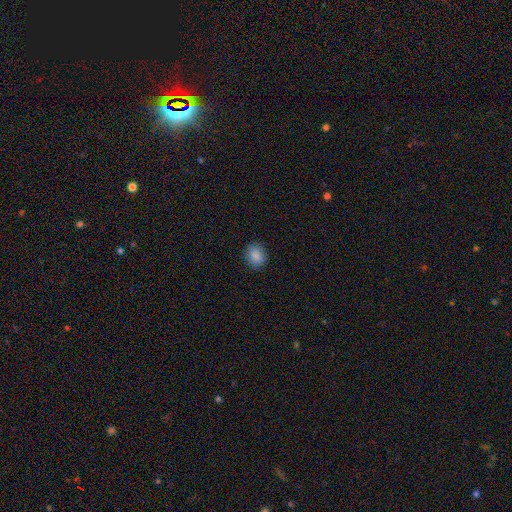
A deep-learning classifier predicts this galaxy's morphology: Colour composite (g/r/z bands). It shows a smooth galaxy with no disk features (88%) that is round (52%). Merging: none (88%).